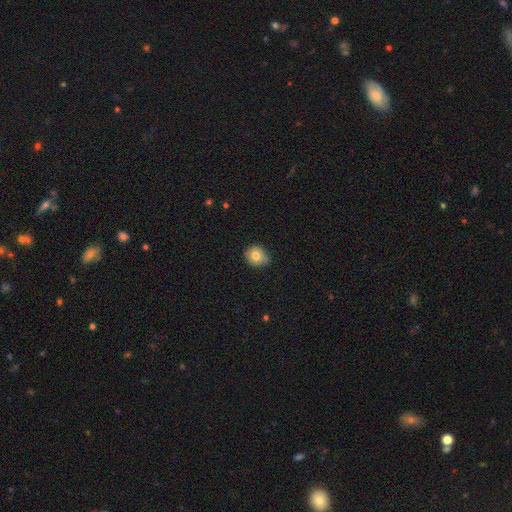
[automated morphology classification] smooth_or_featured: smooth (p=0.76) [alt: featured or disk p=0.14]
how_rounded: round (p=0.79) [alt: in between p=0.20]
merging: none (p=0.70) [alt: minor disturbance p=0.25]